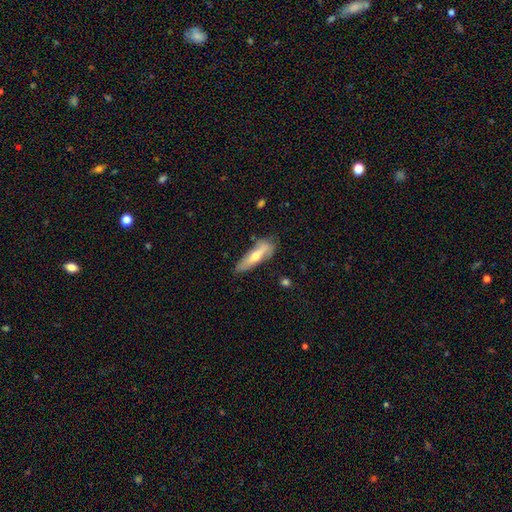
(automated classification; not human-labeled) smooth 54%, featured or disk 40%, star or artifact 6%. Down the decision tree: how rounded — cigar-shaped (58%); merging — none (60%).